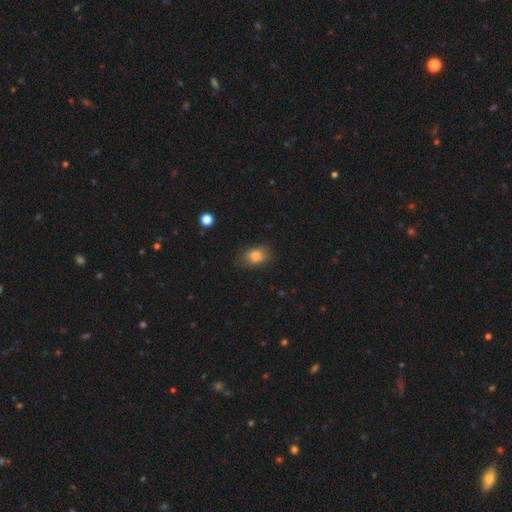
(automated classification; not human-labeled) Smooth or featured? Predicted: smooth (p=0.83). How rounded? Predicted: in between (p=0.76). Merging? Predicted: none (p=0.74).